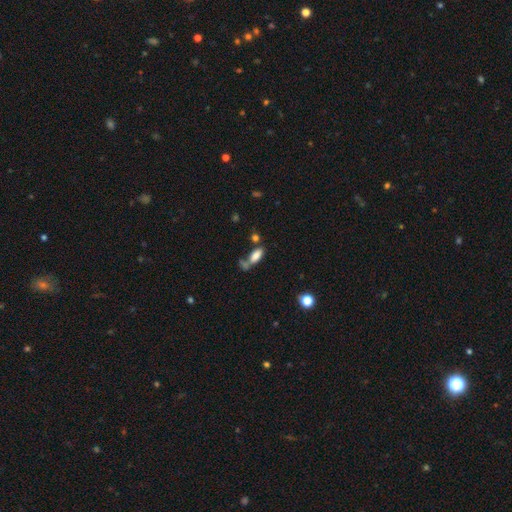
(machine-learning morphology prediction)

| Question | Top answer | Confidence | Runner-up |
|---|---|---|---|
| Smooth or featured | smooth | 80% | featured or disk (10%) |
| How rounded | in between | 80% | cigar-shaped (17%) |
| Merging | none | 46% | merger (31%) |